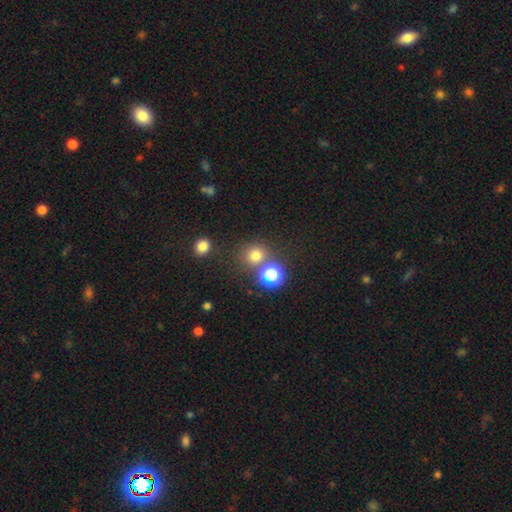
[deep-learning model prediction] This is likely a smooth galaxy (73%). How rounded: clearly round (87%). Merging: likely none (71%).